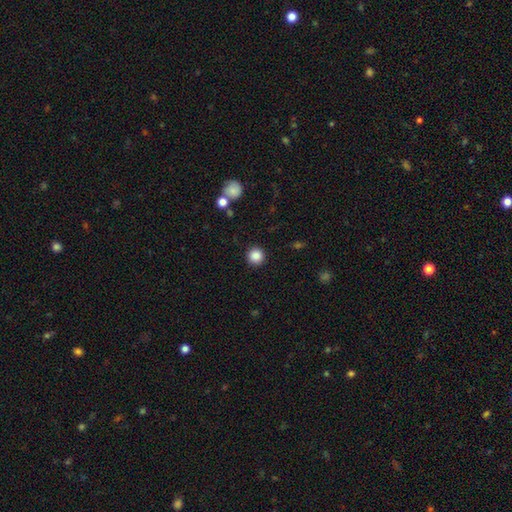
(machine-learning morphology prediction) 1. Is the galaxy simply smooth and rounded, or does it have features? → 87% smooth, 10% star or artifact, 4% featured or disk.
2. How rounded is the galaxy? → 95% round, 4% in between, 1% cigar-shaped.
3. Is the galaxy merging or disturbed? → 92% none, 5% minor disturbance, 2% major disturbance, 1% merger.